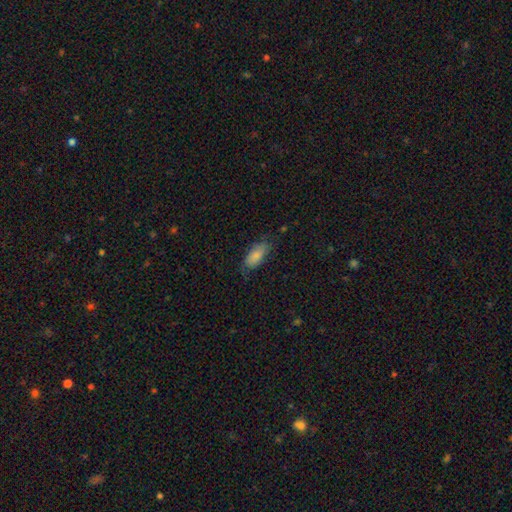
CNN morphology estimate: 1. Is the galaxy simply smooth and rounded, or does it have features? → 82% smooth, 11% featured or disk, 7% star or artifact.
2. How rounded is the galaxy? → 85% in between, 12% cigar-shaped, 2% round.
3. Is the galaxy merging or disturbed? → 65% none, 26% minor disturbance, 8% major disturbance, 1% merger.